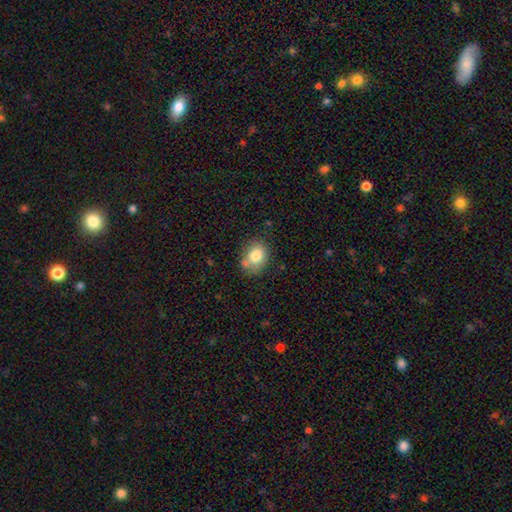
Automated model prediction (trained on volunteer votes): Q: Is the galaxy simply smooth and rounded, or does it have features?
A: smooth — 80%.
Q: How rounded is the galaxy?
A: in between — 57%.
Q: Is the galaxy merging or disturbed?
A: none — 66%.